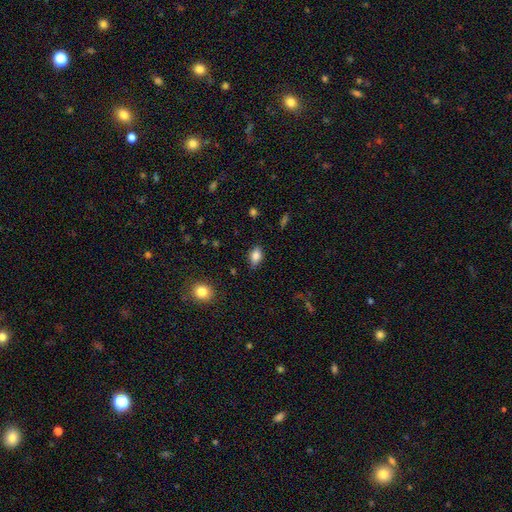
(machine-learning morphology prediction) Q: Smooth or featured?
A: smooth (84%); runner-up: star or artifact (9%)
Q: How rounded?
A: in between (87%); runner-up: round (11%)
Q: Merging?
A: none (83%); runner-up: minor disturbance (13%)